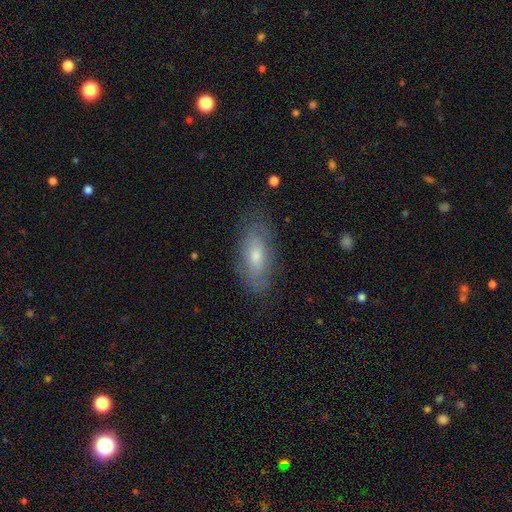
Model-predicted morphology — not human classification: smooth-or-featured: smooth: 54% | featured or disk: 39% | star or artifact: 7%
  how-rounded: in between: 81% | cigar-shaped: 16% | round: 3%
  merging: none: 76% | minor disturbance: 18% | major disturbance: 5% | merger: 1%